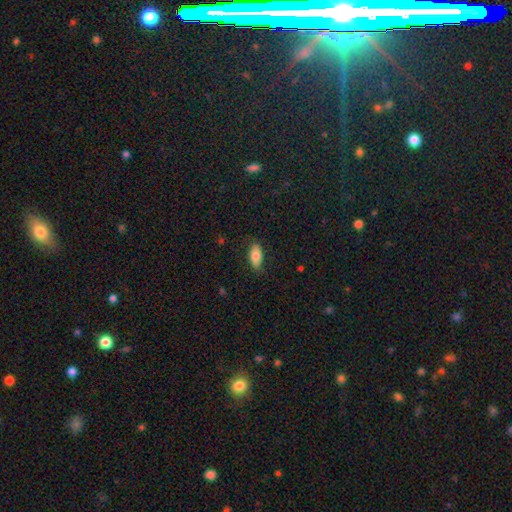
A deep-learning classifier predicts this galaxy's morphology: smooth-or-featured: smooth: 77% | featured or disk: 16% | star or artifact: 7%
  how-rounded: in between: 87% | cigar-shaped: 10% | round: 3%
  merging: none: 83% | minor disturbance: 13% | major disturbance: 3% | merger: 1%